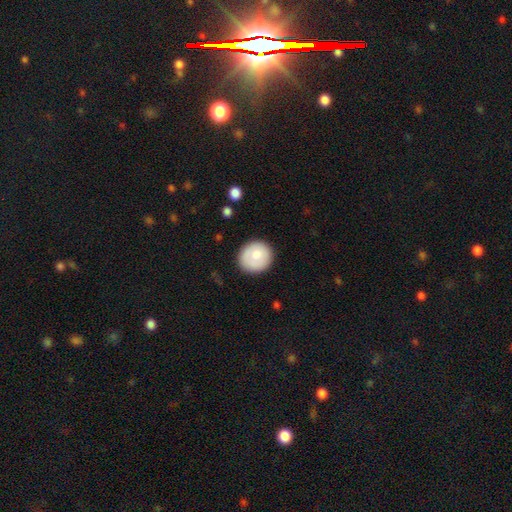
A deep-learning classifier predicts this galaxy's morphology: Overall: smooth (79%). How rounded: round (89%). Merging: none (84%).